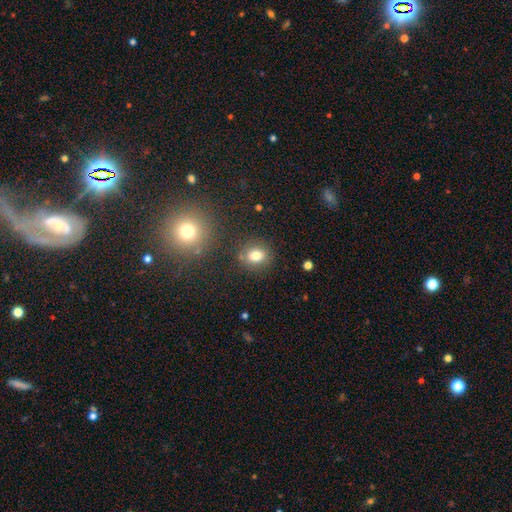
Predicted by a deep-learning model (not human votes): Smooth or featured? smooth (78%)
How rounded? round (63%)
Merging? none (80%)